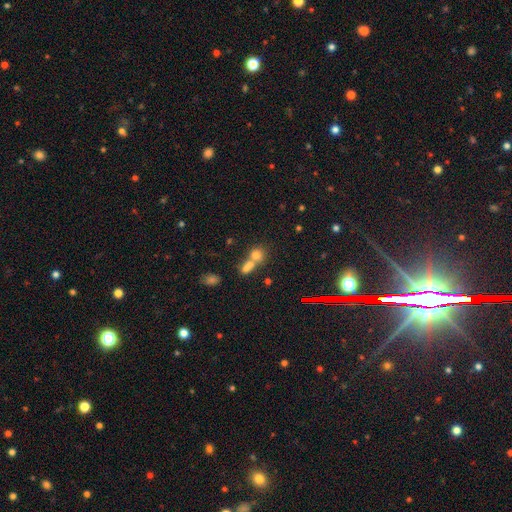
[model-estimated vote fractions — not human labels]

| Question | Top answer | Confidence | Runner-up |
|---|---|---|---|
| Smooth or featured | smooth | 67% | star or artifact (17%) |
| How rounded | round | 72% | in between (26%) |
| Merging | merger | 59% | none (31%) |